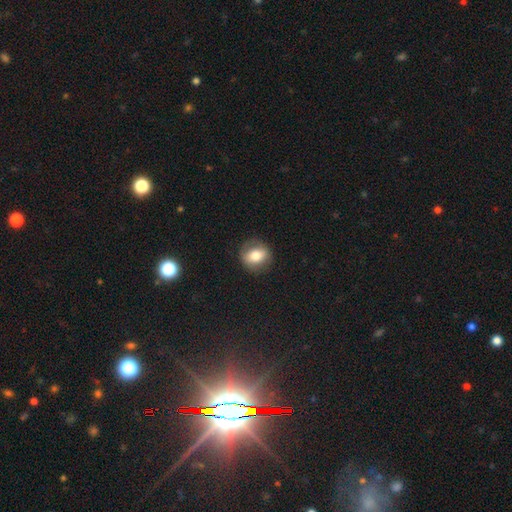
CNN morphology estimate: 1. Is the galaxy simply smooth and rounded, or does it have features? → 70% smooth, 21% featured or disk, 9% star or artifact.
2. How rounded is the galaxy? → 64% round, 35% in between, 2% cigar-shaped.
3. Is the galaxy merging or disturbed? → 83% none, 12% minor disturbance, 4% major disturbance, 1% merger.